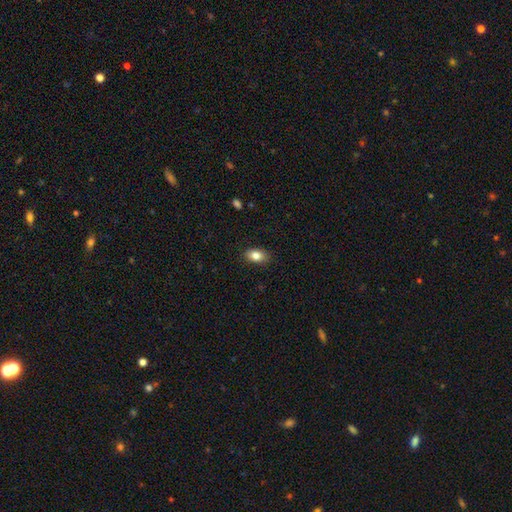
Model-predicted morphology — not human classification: smooth-or-featured: smooth: 83% | featured or disk: 9% | star or artifact: 8%
  how-rounded: in between: 88% | round: 11% | cigar-shaped: 2%
  merging: none: 87% | minor disturbance: 10% | major disturbance: 2% | merger: 1%